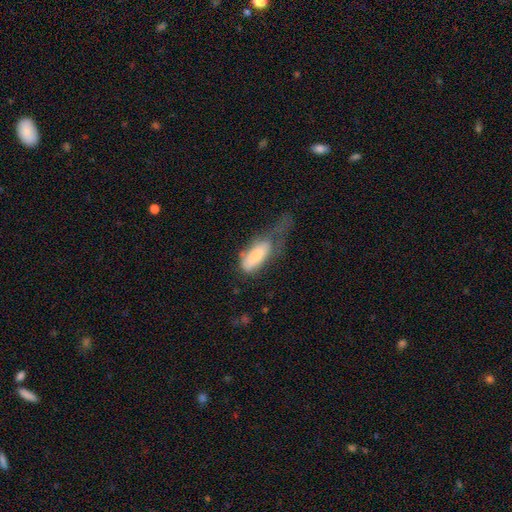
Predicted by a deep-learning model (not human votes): smooth-or-featured: smooth: 74% | featured or disk: 20% | star or artifact: 6%
  how-rounded: in between: 78% | cigar-shaped: 20% | round: 2%
  merging: major disturbance: 52% | minor disturbance: 25% | none: 17% | merger: 6%